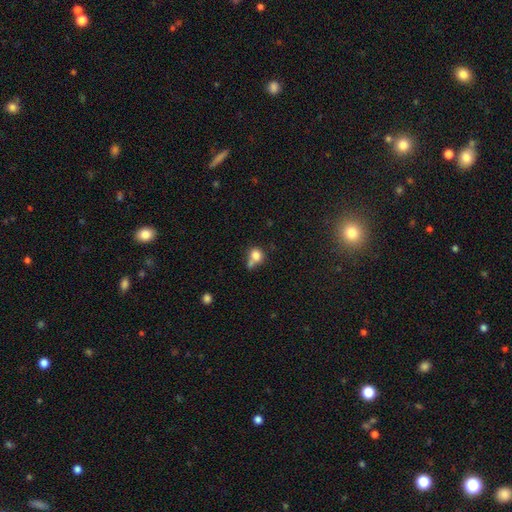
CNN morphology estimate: smooth_or_featured: smooth (p=0.79) [alt: star or artifact p=0.11]
how_rounded: round (p=0.72) [alt: in between p=0.27]
merging: none (p=0.39) [alt: merger p=0.37]